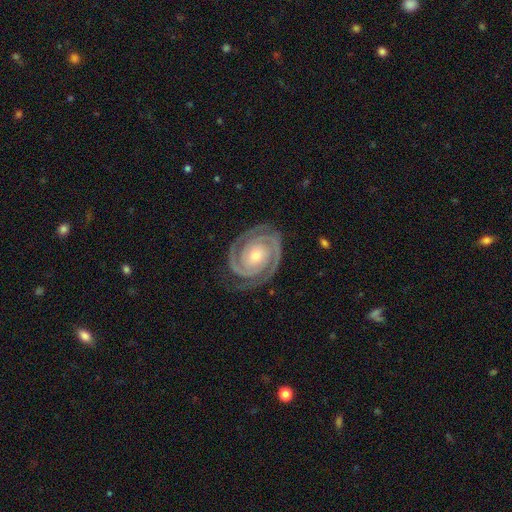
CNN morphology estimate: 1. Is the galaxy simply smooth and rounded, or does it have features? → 93% featured or disk, 4% star or artifact, 3% smooth.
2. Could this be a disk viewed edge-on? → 98% no, 2% yes.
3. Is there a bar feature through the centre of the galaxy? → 74% no, 16% weak, 10% strong.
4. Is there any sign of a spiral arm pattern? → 99% yes, 1% no.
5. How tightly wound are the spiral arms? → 82% tight, 16% medium, 2% loose.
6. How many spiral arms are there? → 89% 2, 5% 3, 2% can't tell, 1% 1, 1% 4, 1% more than 4.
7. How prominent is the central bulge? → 56% moderate, 39% small, 3% large, 1% none, 1% dominant.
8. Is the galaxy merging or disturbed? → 84% none, 12% minor disturbance, 3% major disturbance, 1% merger.